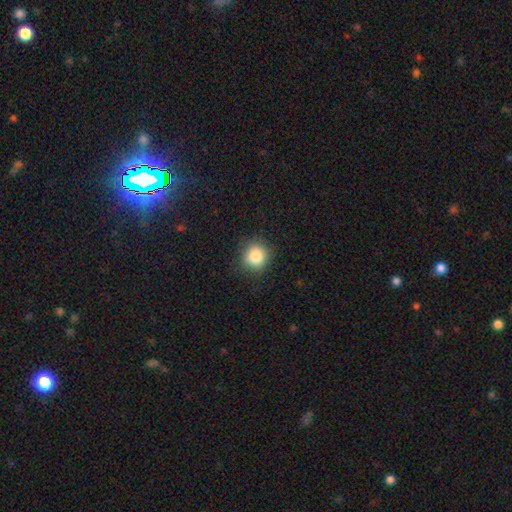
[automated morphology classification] type=smooth (83%); roundness=round (88%); merging=none (86%).